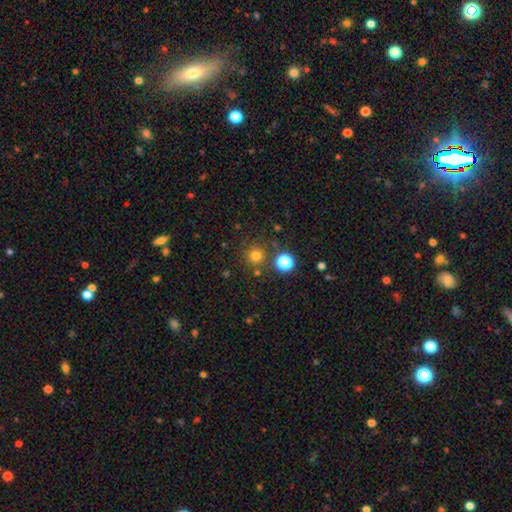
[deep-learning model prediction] smooth_or_featured: smooth (p=0.75) [alt: star or artifact p=0.19]
how_rounded: round (p=0.95) [alt: in between p=0.04]
merging: none (p=0.82) [alt: minor disturbance p=0.08]